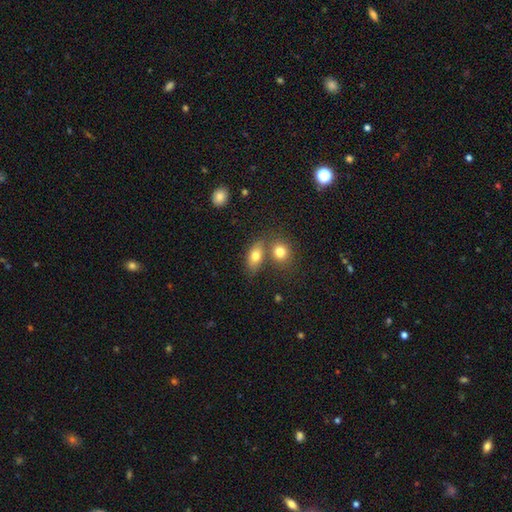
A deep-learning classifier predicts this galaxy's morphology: Smooth or featured? Predicted: smooth (p=0.78). How rounded? Predicted: in between (p=0.80). Merging? Predicted: none (p=0.51).